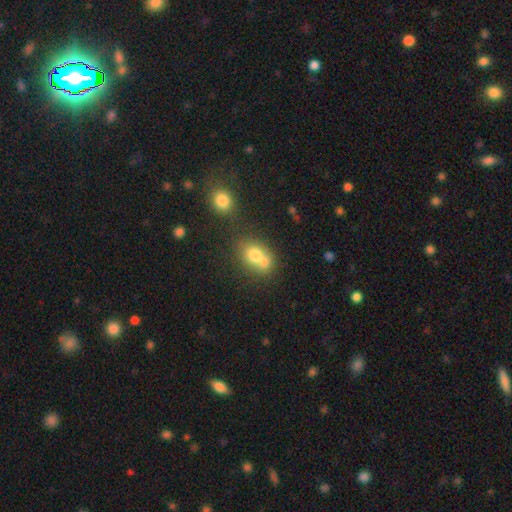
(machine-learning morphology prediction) This is likely a smooth galaxy (72%). How rounded: possibly round (50%). Merging: possibly merger (49%).